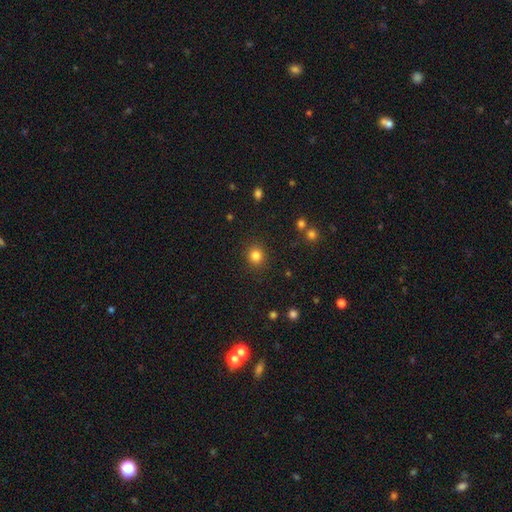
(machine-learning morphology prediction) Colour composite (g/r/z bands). It shows a smooth galaxy with no disk features (83%) that is round (84%). Merging: none (89%).